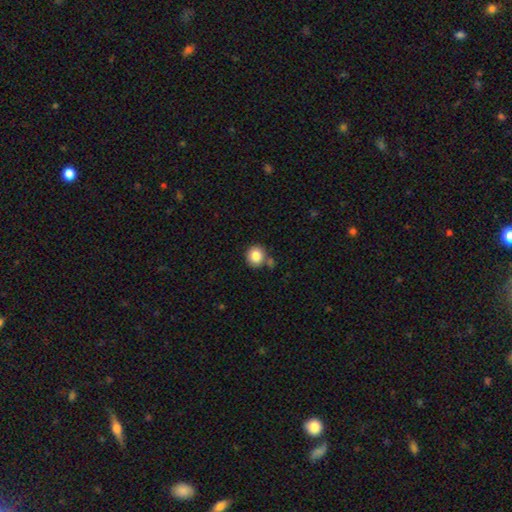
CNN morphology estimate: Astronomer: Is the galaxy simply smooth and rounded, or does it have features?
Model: smooth — 84%.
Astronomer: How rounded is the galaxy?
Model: round — 88%.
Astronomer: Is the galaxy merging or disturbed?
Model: none — 75%.